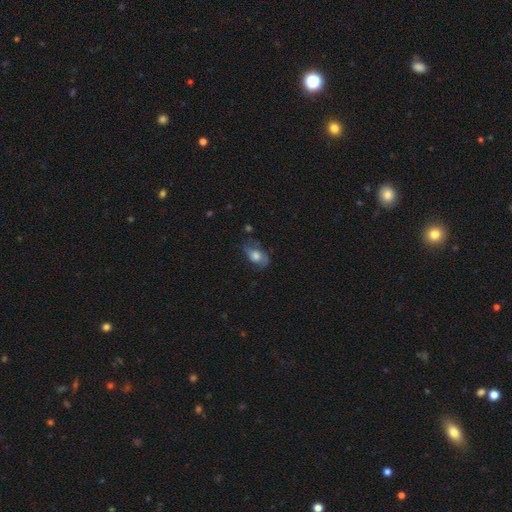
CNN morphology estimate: The model was most divided on "smooth or featured": smooth: 52%, featured or disk: 39%, star or artifact: 9%. More confident: how rounded — in between (80%); merging — none (51%).